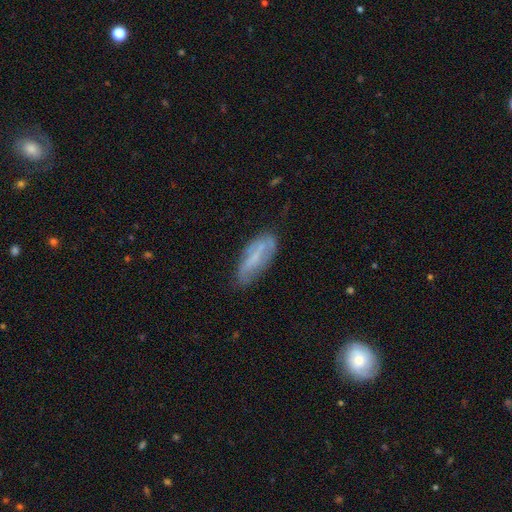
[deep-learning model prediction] Smooth or featured? featured or disk (46%)
Merging? none (64%)